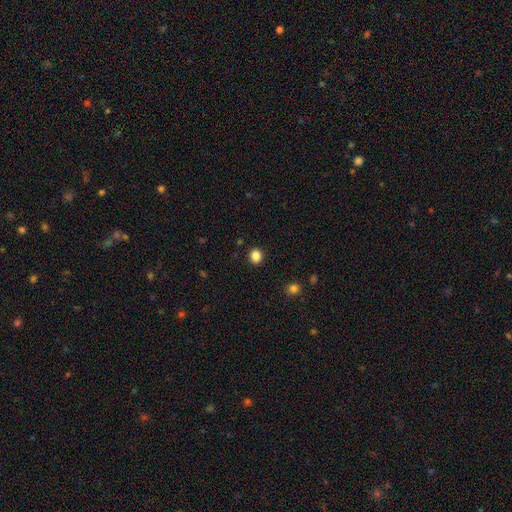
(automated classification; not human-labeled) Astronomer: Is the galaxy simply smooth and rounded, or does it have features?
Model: smooth — 86%.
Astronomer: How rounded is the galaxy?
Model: round — 73%.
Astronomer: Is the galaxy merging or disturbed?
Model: none — 91%.